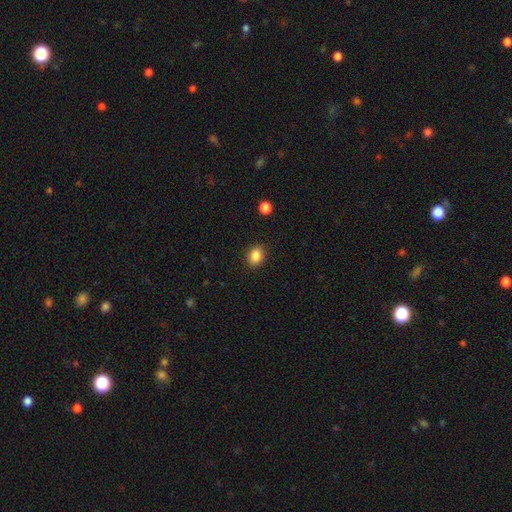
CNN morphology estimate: smooth_or_featured: smooth (p=0.86) [alt: star or artifact p=0.10]
how_rounded: in between (p=0.60) [alt: round p=0.39]
merging: none (p=0.88) [alt: minor disturbance p=0.08]